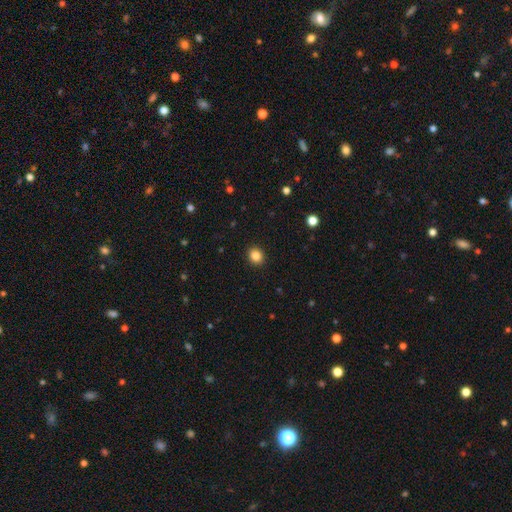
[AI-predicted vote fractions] A smooth galaxy with no disk features (85%) that is round (77%).

Vote fractions:
- Smooth or featured? smooth: 85% / star or artifact: 11% / featured or disk: 4%
- How rounded? round: 77% / in between: 22% / cigar-shaped: 1%
- Merging? none: 92% / minor disturbance: 5% / major disturbance: 2% / merger: 1%